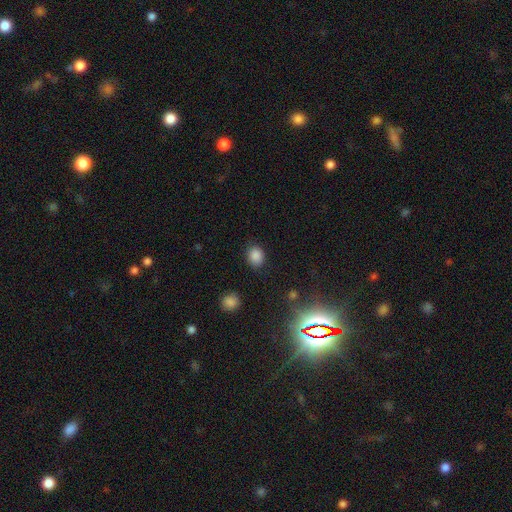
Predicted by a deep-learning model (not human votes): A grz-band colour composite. It shows a smooth galaxy with no disk features (84%) that is round (57%). Merging: none (85%).